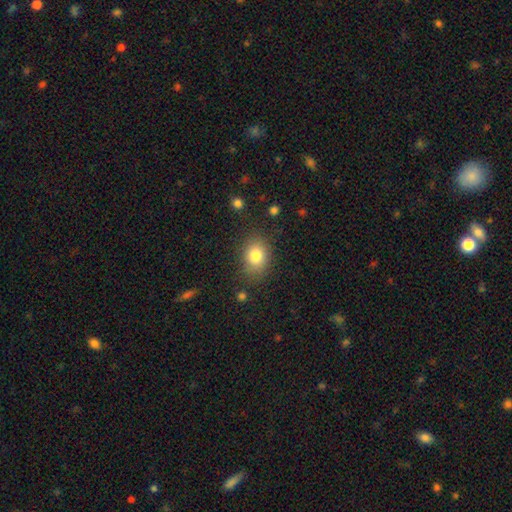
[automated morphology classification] Smooth or featured: smooth — 80% (star or artifact — 11%)
How rounded: in between — 58% (round — 41%)
Merging: none — 80% (minor disturbance — 13%)